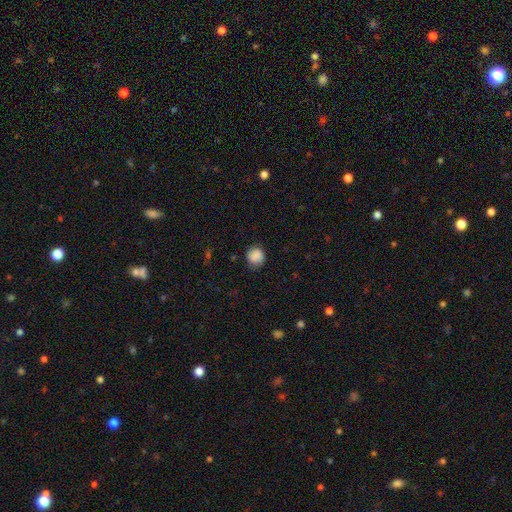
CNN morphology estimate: This appears to be a smooth galaxy with no disk features (86%) that is round (87%). Merging: none (78%).